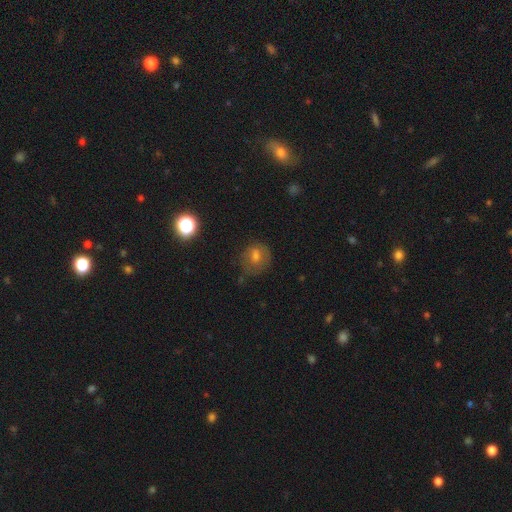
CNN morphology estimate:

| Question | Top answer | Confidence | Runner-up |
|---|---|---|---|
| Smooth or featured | smooth | 52% | featured or disk (26%) |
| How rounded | round | 69% | in between (30%) |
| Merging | none | 66% | minor disturbance (21%) |